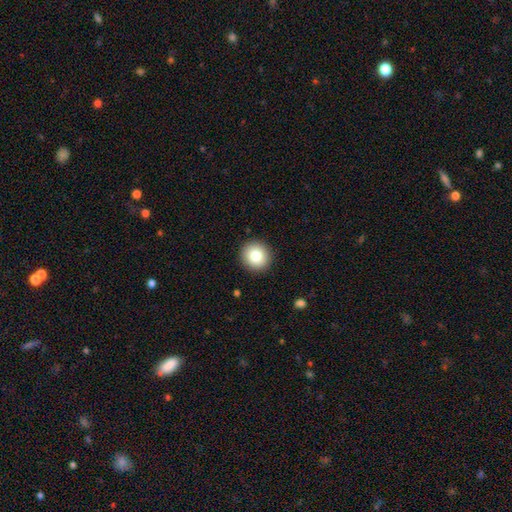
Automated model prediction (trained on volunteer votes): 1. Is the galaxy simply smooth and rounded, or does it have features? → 81% smooth, 10% star or artifact, 9% featured or disk.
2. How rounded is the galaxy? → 92% round, 7% in between, 1% cigar-shaped.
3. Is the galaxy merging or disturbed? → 92% none, 5% minor disturbance, 2% major disturbance, 1% merger.